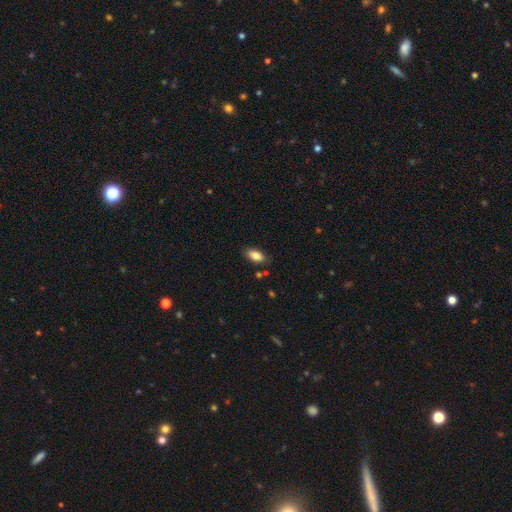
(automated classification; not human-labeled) Smooth or featured: smooth — 84% (featured or disk — 9%)
How rounded: in between — 91% (round — 5%)
Merging: none — 81% (minor disturbance — 13%)